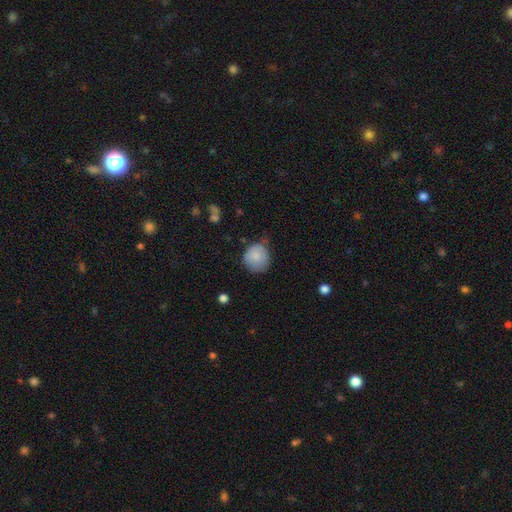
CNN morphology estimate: The model was most divided on "merging": none: 59%, minor disturbance: 32%, major disturbance: 7%, merger: 2%. More confident: how rounded — round (85%); smooth or featured — smooth (83%).